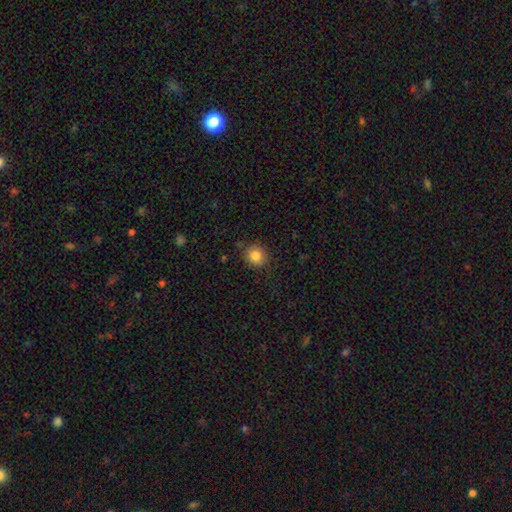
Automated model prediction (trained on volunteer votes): The model was most divided on "how rounded": round: 85%, in between: 14%, cigar-shaped: 1%. More confident: merging — none (86%); smooth or featured — smooth (84%).